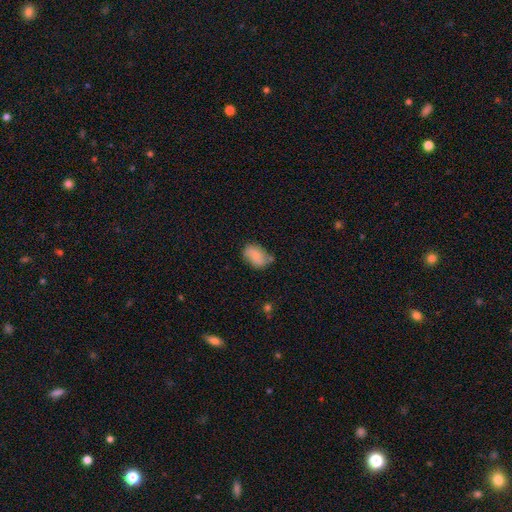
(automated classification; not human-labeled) This appears to be a smooth galaxy with no disk features (75%) that is in between round and cigar-shaped (86%). Merging: none (58%).